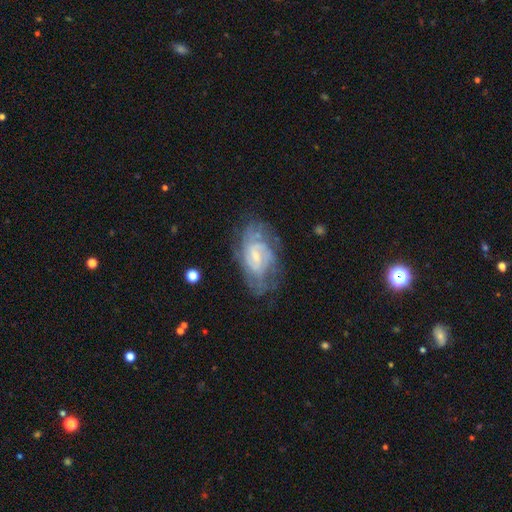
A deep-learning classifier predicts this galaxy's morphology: Smooth or featured: featured or disk — 74% (smooth — 17%)
Edge-on disk: no — 95% (yes — 5%)
Bar: weak — 51% (no — 37%)
Spiral arms: yes — 82% (no — 18%)
Spiral winding: tight — 53% (medium — 35%)
Spiral arm count: can't tell — 54% (2 — 21%)
Bulge size: small — 55% (moderate — 30%)
Merging: none — 64% (minor disturbance — 22%)